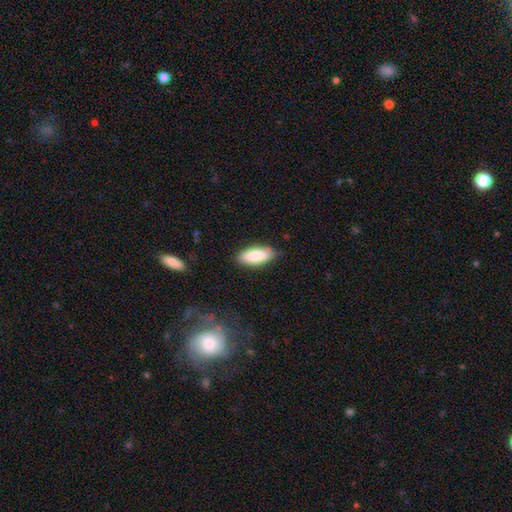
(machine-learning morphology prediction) Overall: smooth (85%). How rounded: in between (81%). Merging: none (81%).